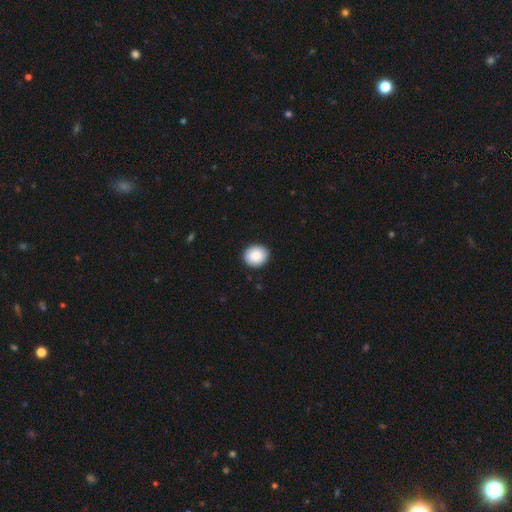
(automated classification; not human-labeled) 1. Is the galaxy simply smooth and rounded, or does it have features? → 88% smooth, 7% star or artifact, 5% featured or disk.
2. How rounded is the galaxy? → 80% round, 19% in between, 1% cigar-shaped.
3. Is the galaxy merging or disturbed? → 92% none, 6% minor disturbance, 1% major disturbance, 1% merger.